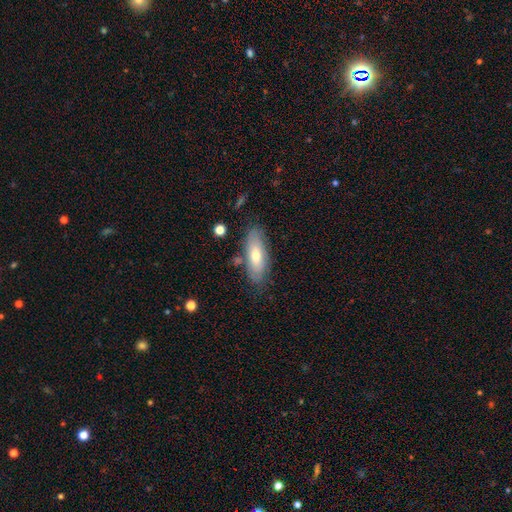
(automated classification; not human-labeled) This appears to be a smooth galaxy with no disk features (63%) that is in between round and cigar-shaped (72%). Merging: none (77%).